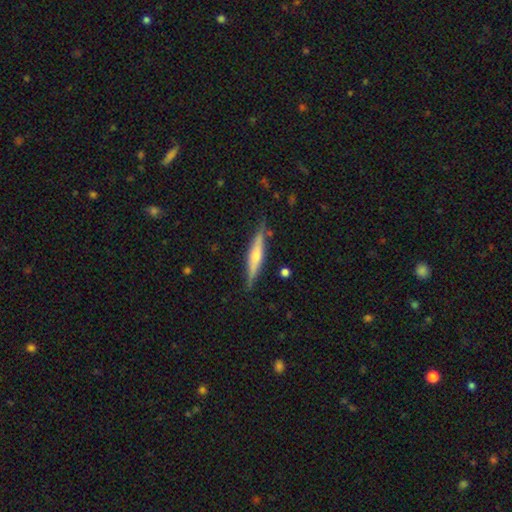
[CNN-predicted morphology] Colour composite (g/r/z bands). It shows a featured or disk galaxy (62%) viewed edge-on (96%) with a rounded central bulge (76%). Merging: none (84%).